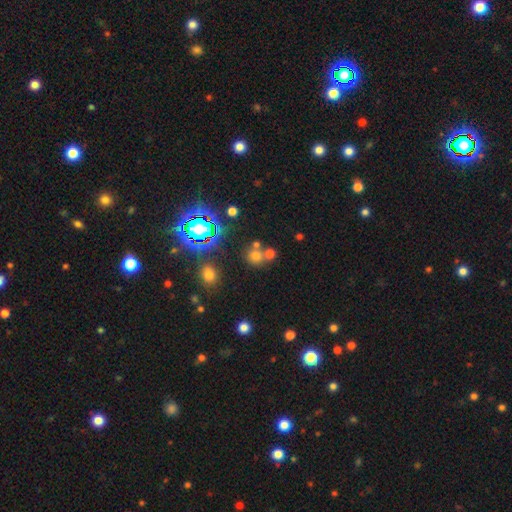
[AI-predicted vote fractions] Q: Smooth or featured?
A: smooth (59%); runner-up: star or artifact (31%)
Q: How rounded?
A: round (86%); runner-up: in between (13%)
Q: Merging?
A: none (60%); runner-up: merger (29%)